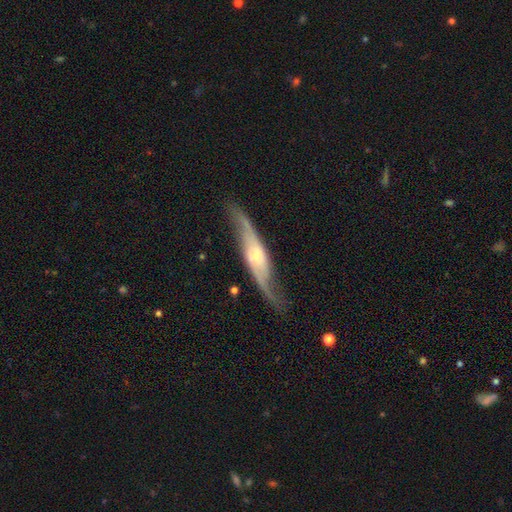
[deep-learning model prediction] smooth-or-featured: featured or disk: 82% | smooth: 13% | star or artifact: 5%
  disk-edge-on: no: 65% | yes: 35%
    bar: no: 57% | weak: 30% | strong: 13%
    has-spiral-arms: yes: 94% | no: 6%
    bulge-size: small: 56% | moderate: 30% | none: 6% | large: 5% | dominant: 2%
  merging: none: 75% | minor disturbance: 17% | major disturbance: 7% | merger: 2%